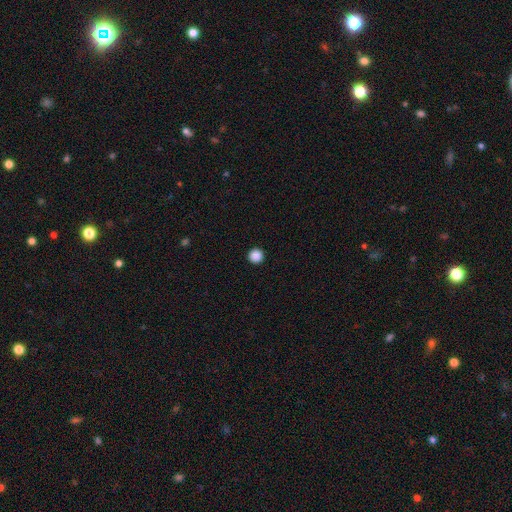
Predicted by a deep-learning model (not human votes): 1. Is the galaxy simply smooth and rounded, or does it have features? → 88% smooth, 10% star or artifact, 2% featured or disk.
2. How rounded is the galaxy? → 97% round, 2% in between, 1% cigar-shaped.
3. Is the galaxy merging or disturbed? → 94% none, 3% minor disturbance, 1% major disturbance, 1% merger.